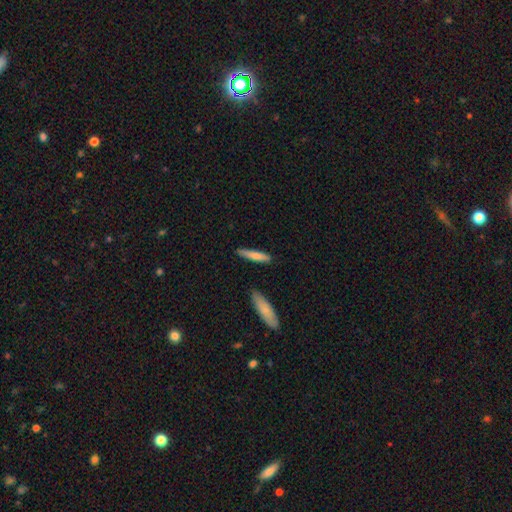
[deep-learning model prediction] Smooth or featured?
  - smooth: 74% *
  - featured or disk: 21%
  - star or artifact: 6%
How rounded?
  - cigar-shaped: 87% *
  - in between: 11%
  - round: 1%
Merging?
  - none: 84% *
  - minor disturbance: 11%
  - merger: 3%
  - major disturbance: 2%